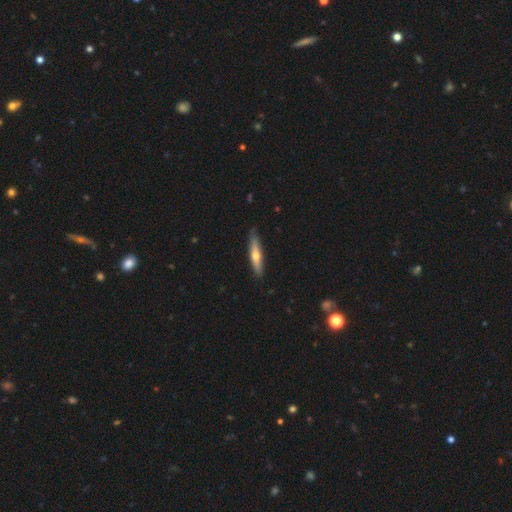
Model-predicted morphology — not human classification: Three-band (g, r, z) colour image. It shows a smooth galaxy with no disk features (49%). Merging: none (83%).